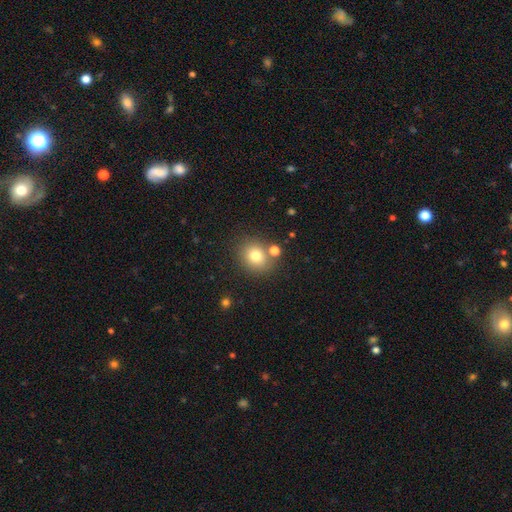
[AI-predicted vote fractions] Morphology: type=smooth (76%); roundness=round (73%); merging=none (76%).